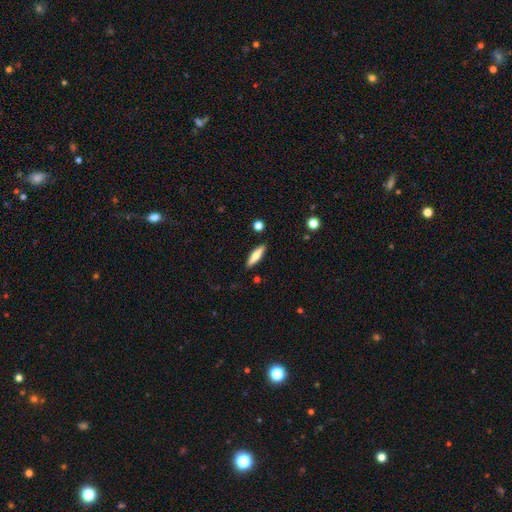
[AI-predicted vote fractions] Smooth or featured? Predicted: smooth (p=0.65). How rounded? Predicted: cigar-shaped (p=0.72). Merging? Predicted: none (p=0.89).